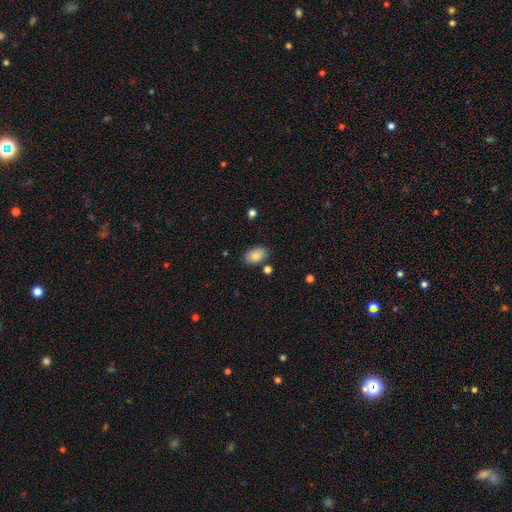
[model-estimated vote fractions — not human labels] smooth 85%, star or artifact 8%, featured or disk 7%. Down the decision tree: how rounded — in between (89%); merging — none (81%).